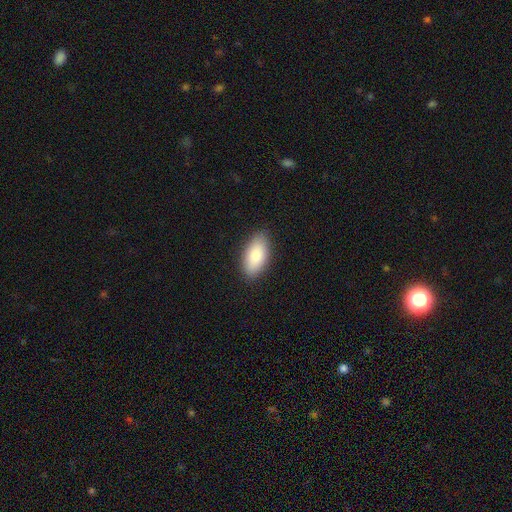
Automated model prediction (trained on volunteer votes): This is clearly a smooth galaxy (86%). How rounded: clearly in between (93%). Merging: clearly none (87%).